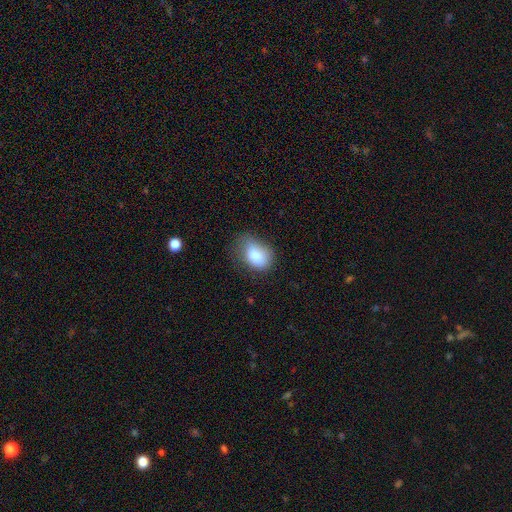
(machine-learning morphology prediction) type=smooth (82%); roundness=in between (81%); merging=none (45%).